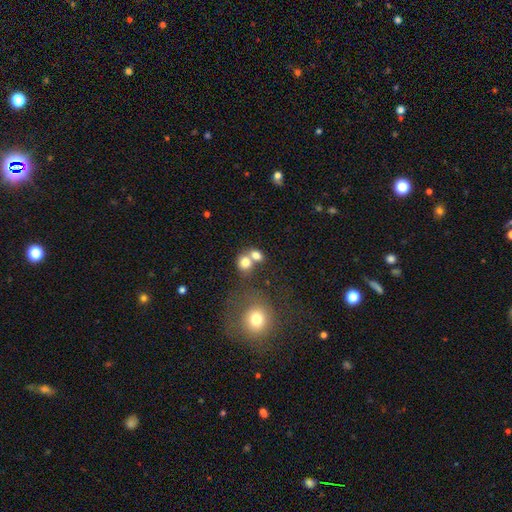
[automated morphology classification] smooth_or_featured: smooth (p=0.76) [alt: featured or disk p=0.12]
how_rounded: round (p=0.61) [alt: in between p=0.38]
merging: merger (p=0.52) [alt: none p=0.35]